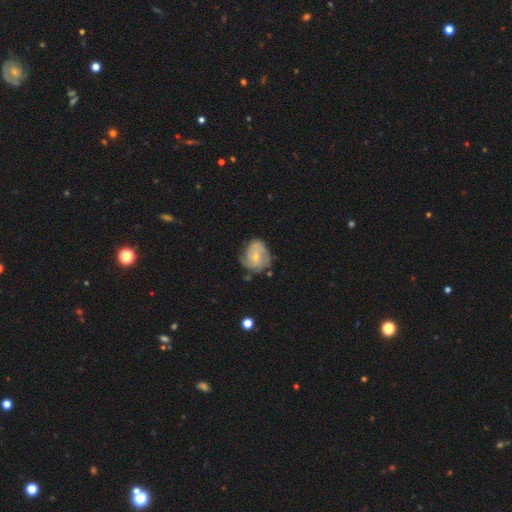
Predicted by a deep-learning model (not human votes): Q: Smooth or featured?
A: featured or disk (71%); runner-up: smooth (23%)
Q: Edge-on disk?
A: no (98%); runner-up: yes (2%)
Q: Bar?
A: no (69%); runner-up: weak (27%)
Q: Spiral arms?
A: yes (88%); runner-up: no (12%)
Q: Spiral winding?
A: tight (52%); runner-up: medium (35%)
Q: Spiral arm count?
A: can't tell (34%); runner-up: 2 (25%)
Q: Bulge size?
A: small (63%); runner-up: moderate (32%)
Q: Merging?
A: none (59%); runner-up: minor disturbance (27%)